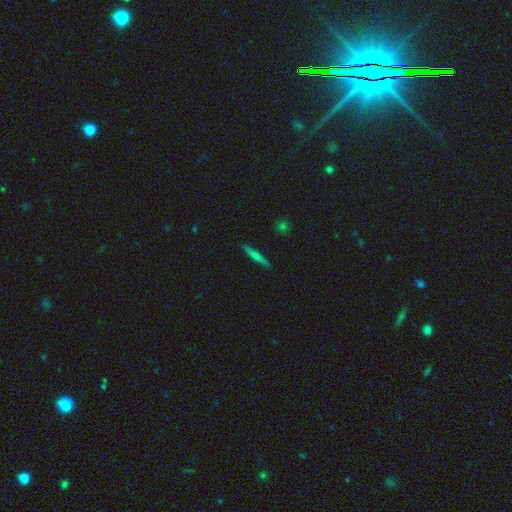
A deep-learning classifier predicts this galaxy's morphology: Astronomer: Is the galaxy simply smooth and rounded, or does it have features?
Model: featured or disk — 59%.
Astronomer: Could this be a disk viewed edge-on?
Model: yes — 97%.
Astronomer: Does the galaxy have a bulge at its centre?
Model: rounded — 81%.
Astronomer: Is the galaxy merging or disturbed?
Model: none — 91%.